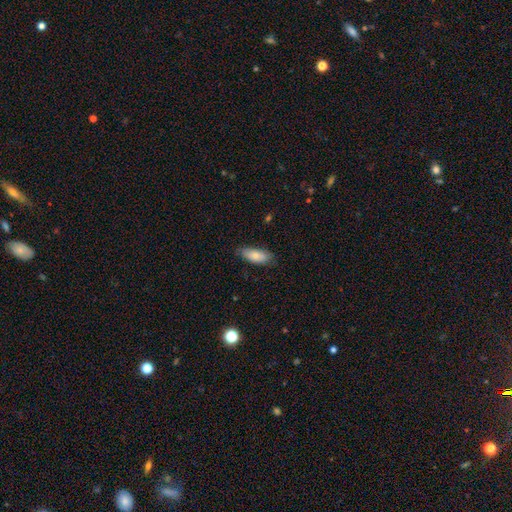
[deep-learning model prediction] Smooth or featured?
  - smooth: 77% *
  - featured or disk: 17%
  - star or artifact: 6%
How rounded?
  - in between: 81% *
  - cigar-shaped: 16%
  - round: 2%
Merging?
  - none: 77% *
  - minor disturbance: 19%
  - major disturbance: 3%
  - merger: 1%